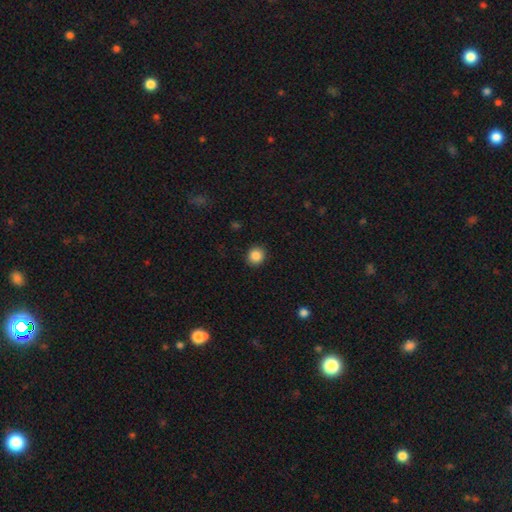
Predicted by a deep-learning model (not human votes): Smooth or featured?
  - smooth: 86% *
  - star or artifact: 10%
  - featured or disk: 4%
How rounded?
  - round: 87% *
  - in between: 12%
  - cigar-shaped: 1%
Merging?
  - none: 91% *
  - minor disturbance: 6%
  - major disturbance: 2%
  - merger: 1%